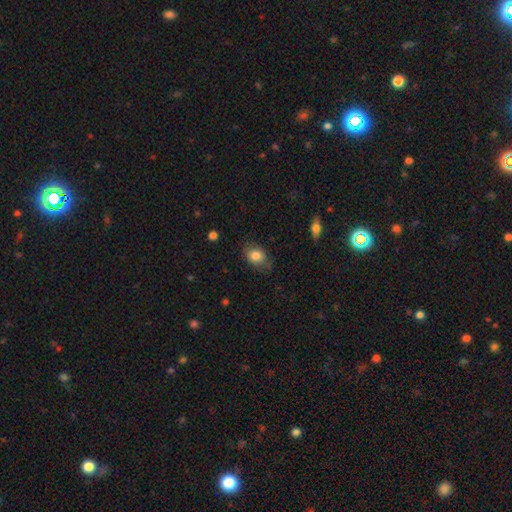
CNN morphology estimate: smooth_or_featured: smooth (p=0.83) [alt: featured or disk p=0.09]
how_rounded: in between (p=0.64) [alt: round p=0.35]
merging: none (p=0.72) [alt: minor disturbance p=0.21]